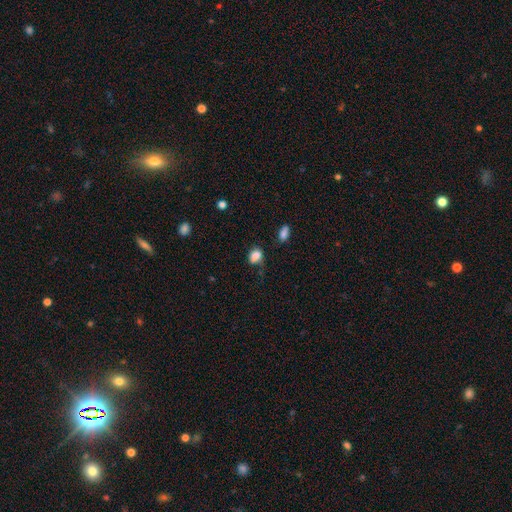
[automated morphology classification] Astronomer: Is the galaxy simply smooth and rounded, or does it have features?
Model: smooth — 82%.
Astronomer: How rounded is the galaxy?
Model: in between — 72%.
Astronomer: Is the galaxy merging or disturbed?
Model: none — 50% (runner-up: minor disturbance, 31%).